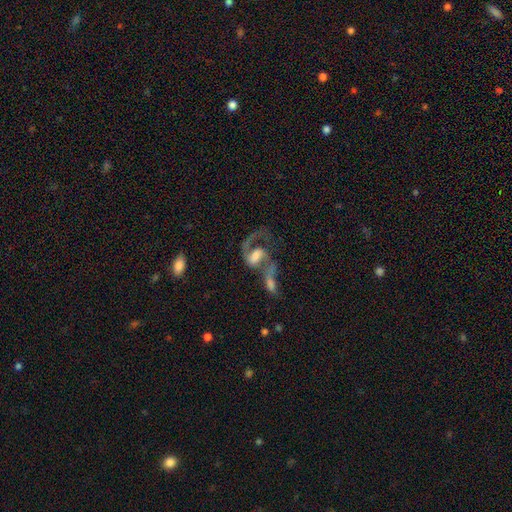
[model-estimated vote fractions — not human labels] smooth_or_featured: featured or disk (p=0.76) [alt: smooth p=0.16]
disk_edge_on: no (p=0.96) [alt: yes p=0.04]
bar: weak (p=0.46) [alt: no p=0.30]
has_spiral_arms: yes (p=0.89) [alt: no p=0.11]
spiral_winding: loose (p=0.53) [alt: medium p=0.37]
spiral_arm_count: 2 (p=0.68) [alt: 1 p=0.24]
bulge_size: moderate (p=0.38) [alt: large p=0.25]
merging: merger (p=0.49) [alt: none p=0.22]